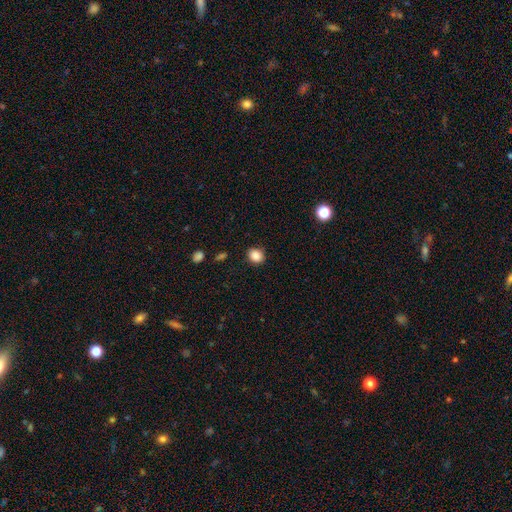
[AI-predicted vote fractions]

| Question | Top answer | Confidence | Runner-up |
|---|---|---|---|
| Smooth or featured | smooth | 87% | star or artifact (10%) |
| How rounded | round | 62% | in between (37%) |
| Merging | none | 88% | minor disturbance (9%) |